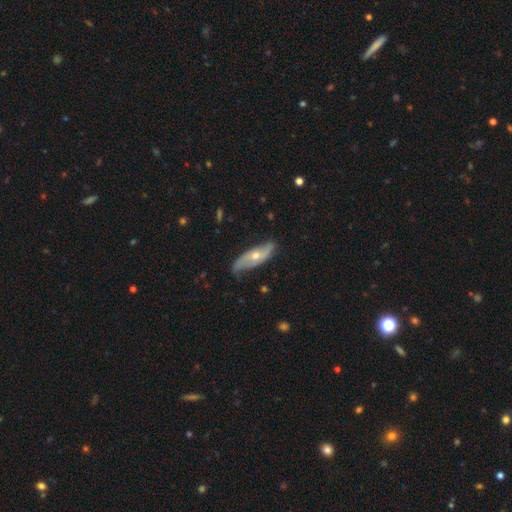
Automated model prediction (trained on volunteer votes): Smooth or featured? featured or disk (70%)
Edge-on disk? no (76%)
Bar? no (70%)
Spiral arms? yes (86%)
Bulge size? moderate (56%)
Merging? none (70%)